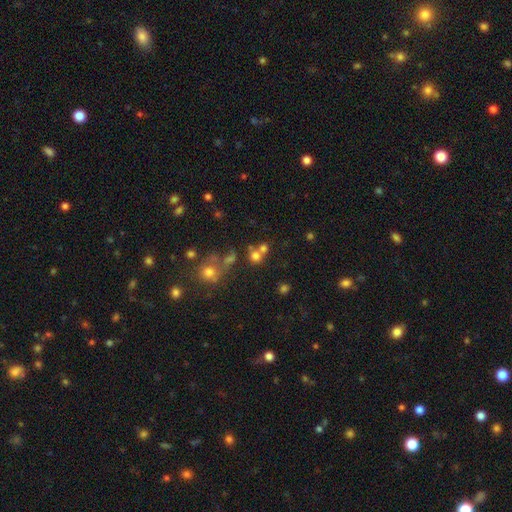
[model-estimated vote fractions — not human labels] Overall: smooth (67%). How rounded: round (85%). Merging: none (51%; merger 36%).